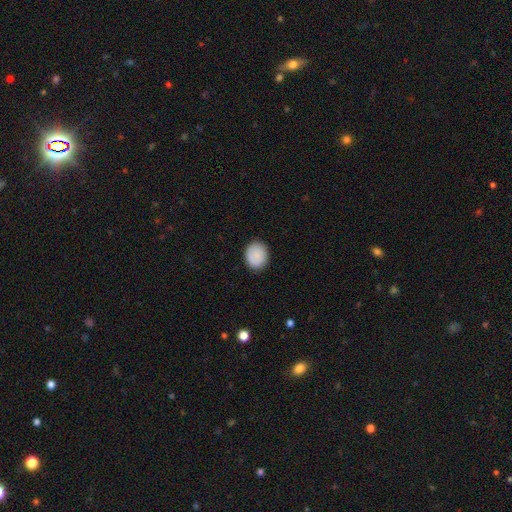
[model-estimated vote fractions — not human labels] A smooth galaxy with no disk features (87%) that is round (63%). Merging: none (87%).